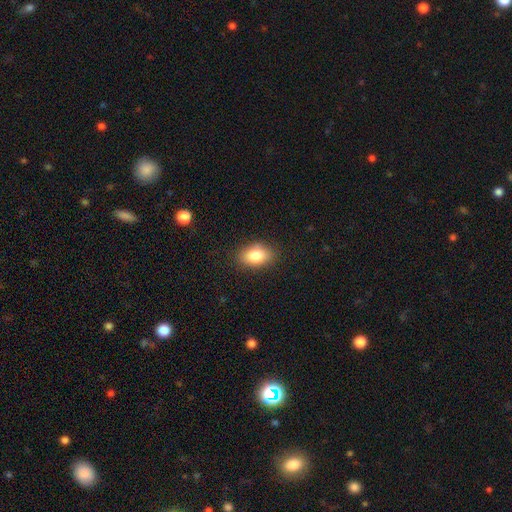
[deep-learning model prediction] Q: Smooth or featured?
A: smooth (84%); runner-up: star or artifact (8%)
Q: How rounded?
A: in between (86%); runner-up: round (12%)
Q: Merging?
A: none (85%); runner-up: minor disturbance (11%)